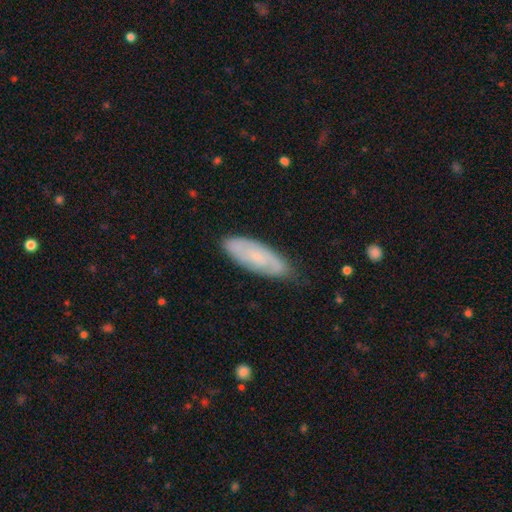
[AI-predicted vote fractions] Overall: smooth (50%; featured or disk 41%). How rounded: in between (61%; cigar-shaped 37%). Merging: none (77%).